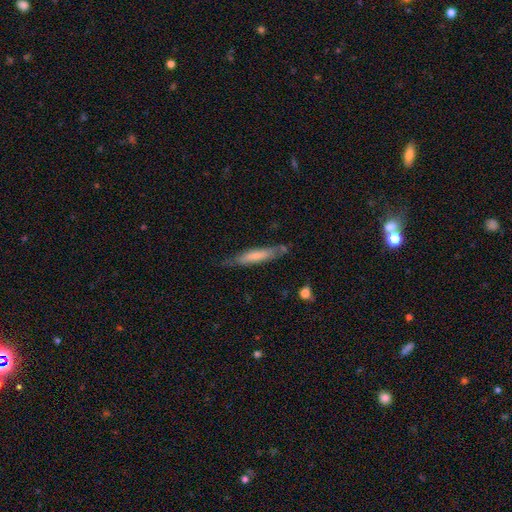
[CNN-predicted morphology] Smooth or featured? Predicted: smooth (p=0.60). How rounded? Predicted: cigar-shaped (p=0.87). Merging? Predicted: none (p=0.69).